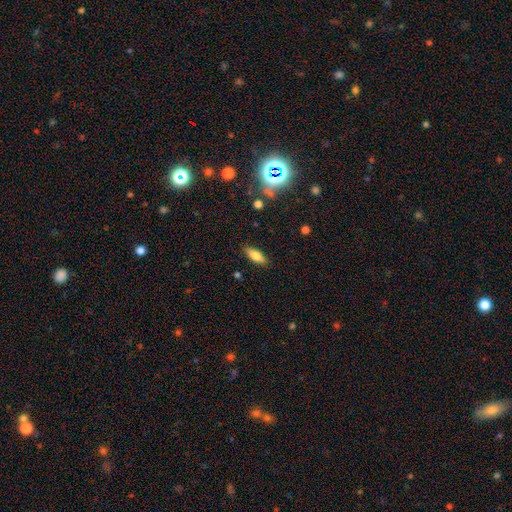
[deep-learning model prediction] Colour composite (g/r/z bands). It shows a smooth galaxy with no disk features (75%) that is in between round and cigar-shaped (73%). Merging: none (86%).